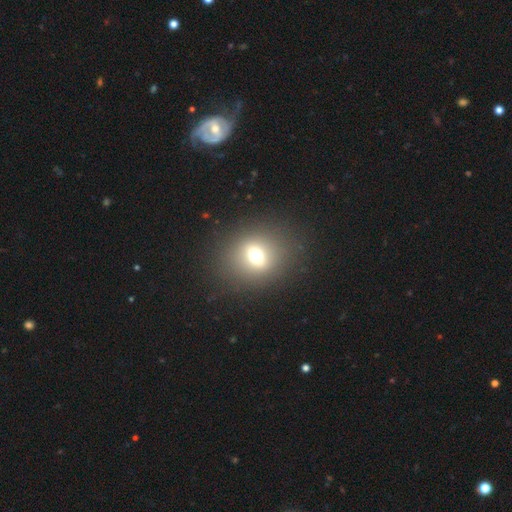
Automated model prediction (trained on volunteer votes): smooth-or-featured: smooth: 63% | featured or disk: 19% | star or artifact: 19%
  how-rounded: round: 72% | in between: 27% | cigar-shaped: 1%
  merging: none: 85% | minor disturbance: 8% | major disturbance: 5% | merger: 1%